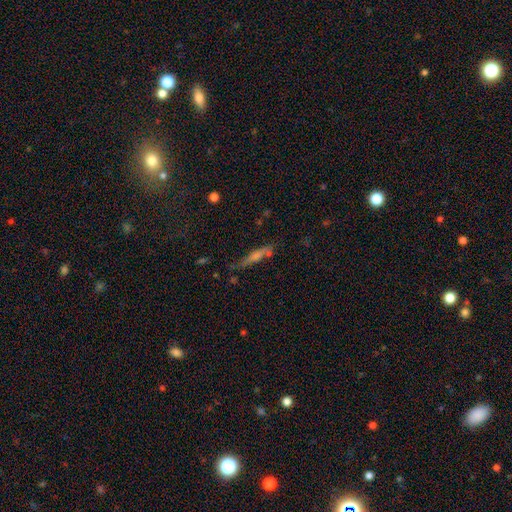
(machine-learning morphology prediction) Q: Smooth or featured?
A: smooth (44%); runner-up: featured or disk (42%)
Q: Merging?
A: none (66%); runner-up: minor disturbance (20%)